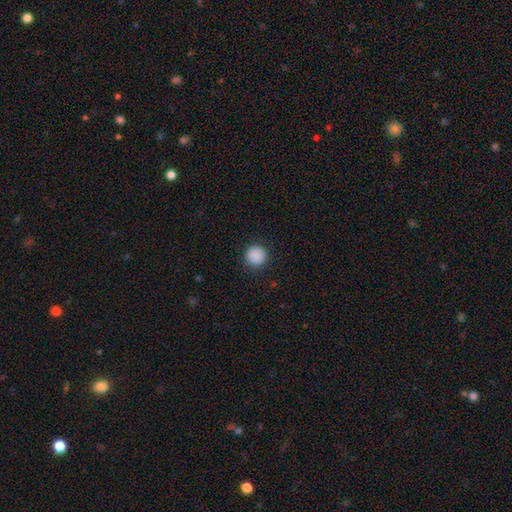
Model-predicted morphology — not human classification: A smooth galaxy with no disk features (89%) that is round (94%).

Vote fractions:
- Smooth or featured? smooth: 89% / star or artifact: 9% / featured or disk: 3%
- How rounded? round: 94% / in between: 5% / cigar-shaped: 1%
- Merging? none: 90% / minor disturbance: 6% / major disturbance: 2% / merger: 1%